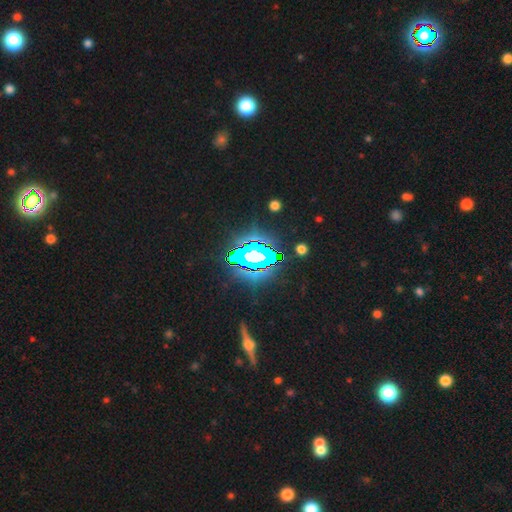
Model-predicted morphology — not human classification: Smooth or featured?
  - star or artifact: 61% *
  - featured or disk: 22%
  - smooth: 16%